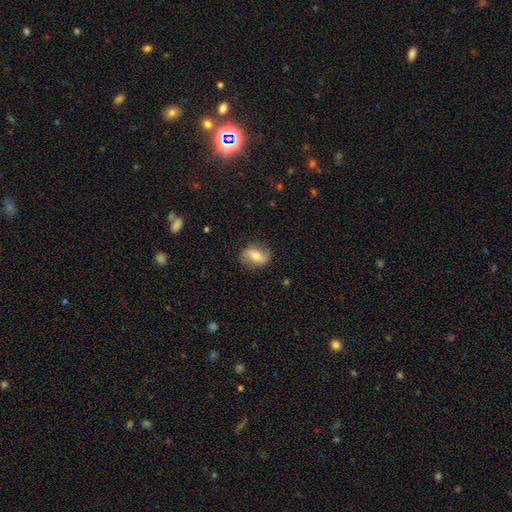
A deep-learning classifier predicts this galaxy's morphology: The model was most divided on "smooth or featured": featured or disk: 50%, smooth: 41%, star or artifact: 8%. More confident: edge-on disk — no (92%); merging — none (80%).